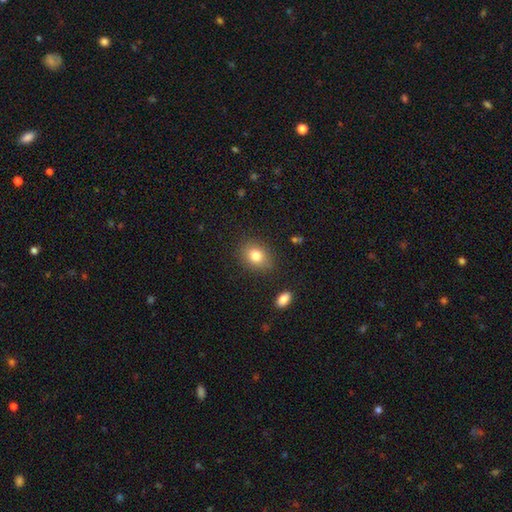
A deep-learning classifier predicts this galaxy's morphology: This appears to be a smooth galaxy with no disk features (81%) that is in between round and cigar-shaped (54%). Merging: none (83%).